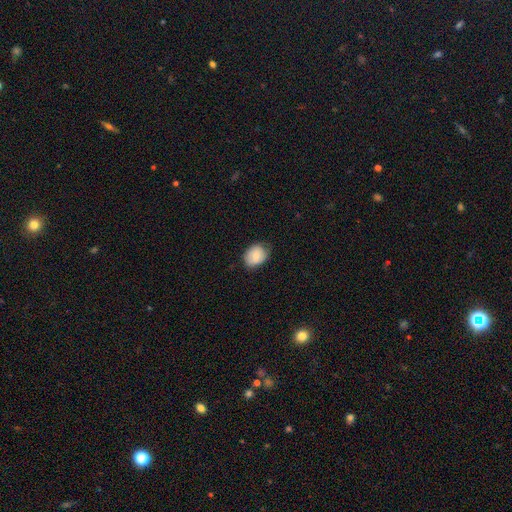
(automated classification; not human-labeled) The model was most divided on "how rounded": in between: 59%, round: 41%, cigar-shaped: 1%. More confident: smooth or featured — smooth (75%); merging — none (71%).